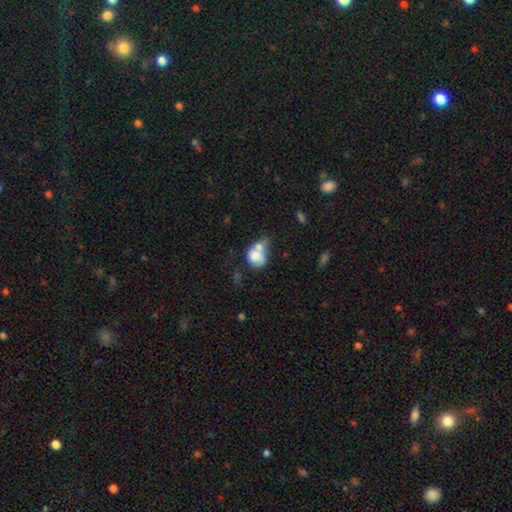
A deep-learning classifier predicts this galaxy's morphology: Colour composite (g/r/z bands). It shows a smooth galaxy with no disk features (73%) that is round (52%). Merging: merger (60%).